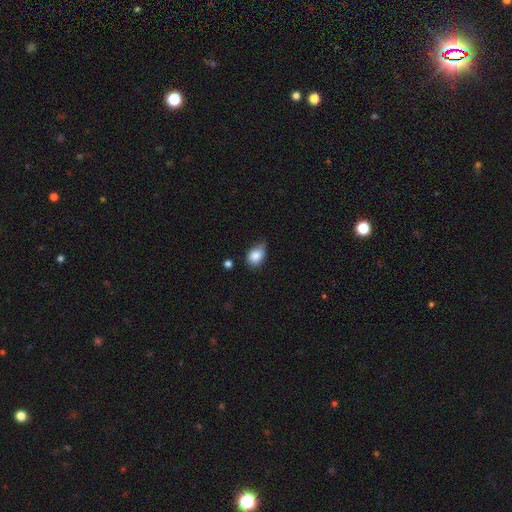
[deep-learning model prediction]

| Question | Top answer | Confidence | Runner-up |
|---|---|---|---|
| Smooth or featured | smooth | 84% | star or artifact (9%) |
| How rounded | in between | 59% | round (39%) |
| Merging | minor disturbance | 47% | none (38%) |